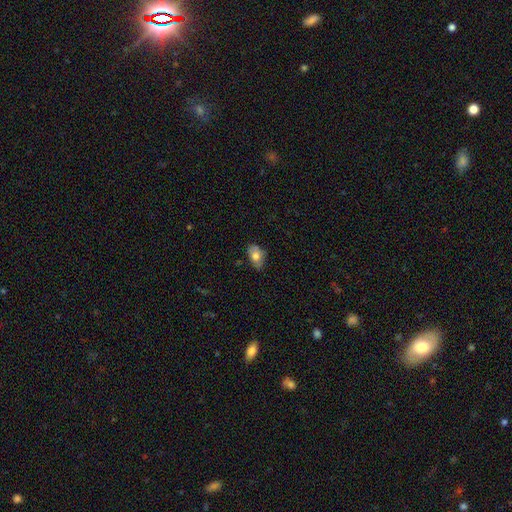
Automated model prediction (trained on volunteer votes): The model was most divided on "merging": none: 69%, minor disturbance: 25%, major disturbance: 5%, merger: 2%. More confident: how rounded — in between (87%); smooth or featured — smooth (70%).